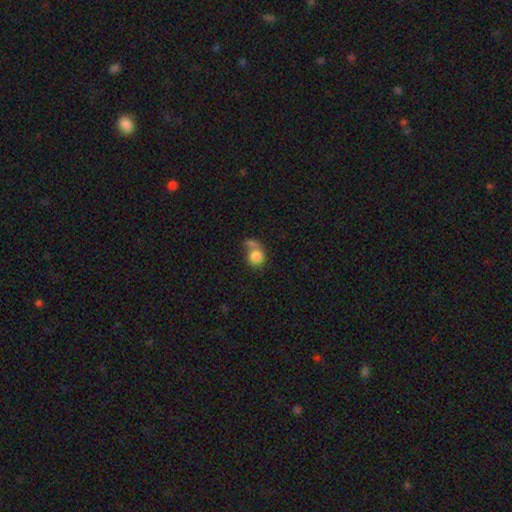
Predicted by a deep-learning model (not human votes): Smooth or featured?
  - smooth: 80% *
  - featured or disk: 12%
  - star or artifact: 8%
How rounded?
  - round: 78% *
  - in between: 21%
  - cigar-shaped: 1%
Merging?
  - merger: 37% *
  - none: 33%
  - major disturbance: 16%
  - minor disturbance: 14%